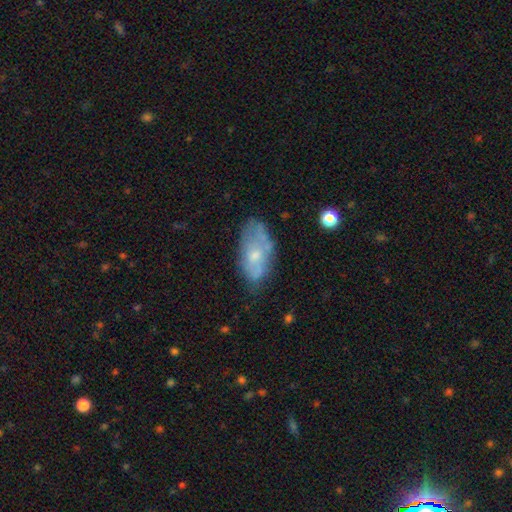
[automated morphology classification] The model was most divided on "smooth or featured": featured or disk: 49%, smooth: 43%, star or artifact: 8%. More confident: merging — none (53%).